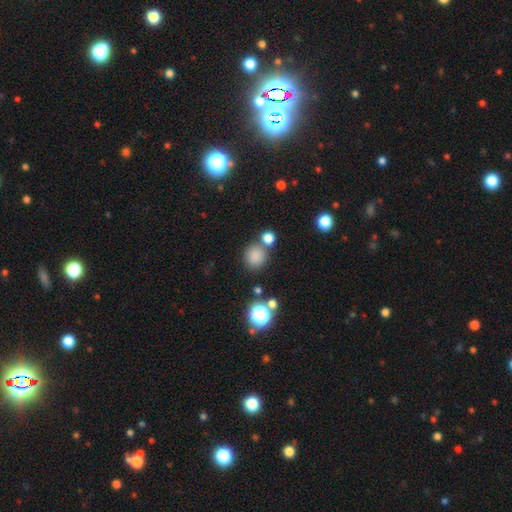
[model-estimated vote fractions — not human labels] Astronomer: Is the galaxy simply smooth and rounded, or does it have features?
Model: smooth — 80%.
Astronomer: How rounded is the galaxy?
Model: round — 82%.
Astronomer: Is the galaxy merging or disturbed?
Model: none — 70%.